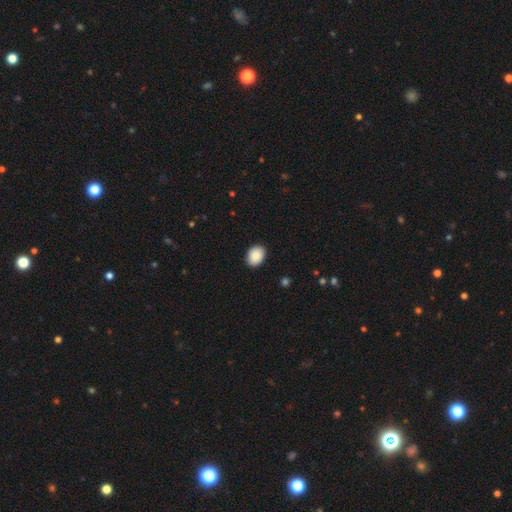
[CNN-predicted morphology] Smooth or featured? Predicted: smooth (p=0.89). How rounded? Predicted: in between (p=0.66). Merging? Predicted: none (p=0.90).